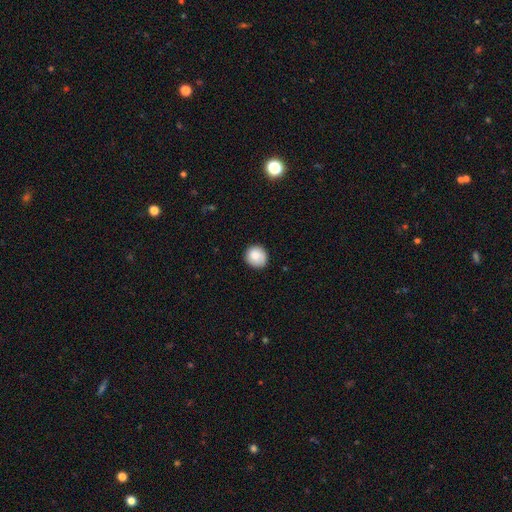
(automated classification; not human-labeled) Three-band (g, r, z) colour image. It shows a smooth galaxy with no disk features (85%) that is round (90%). Merging: none (86%).